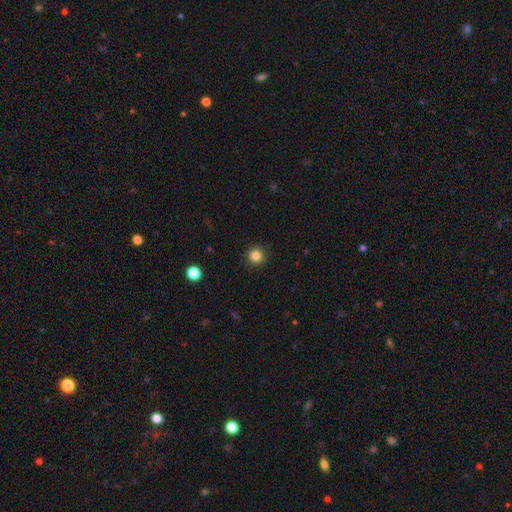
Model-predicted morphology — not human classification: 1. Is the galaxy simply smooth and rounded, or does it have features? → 85% smooth, 12% star or artifact, 4% featured or disk.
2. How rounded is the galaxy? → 95% round, 4% in between, 1% cigar-shaped.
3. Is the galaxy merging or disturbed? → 92% none, 5% minor disturbance, 2% major disturbance, 1% merger.